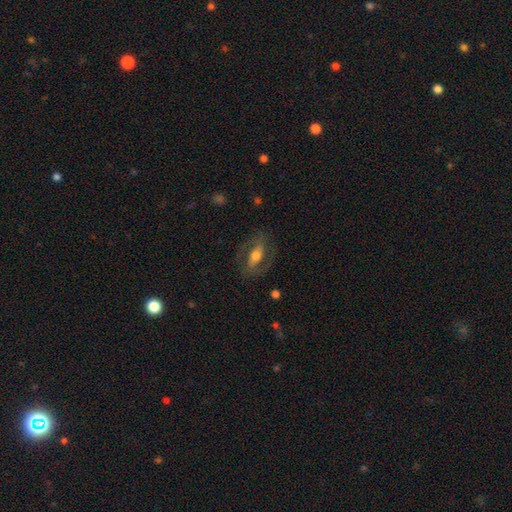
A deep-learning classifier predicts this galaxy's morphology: Smooth or featured: featured or disk — 60% (smooth — 34%)
Edge-on disk: no — 84% (yes — 16%)
Merging: none — 75% (minor disturbance — 14%)